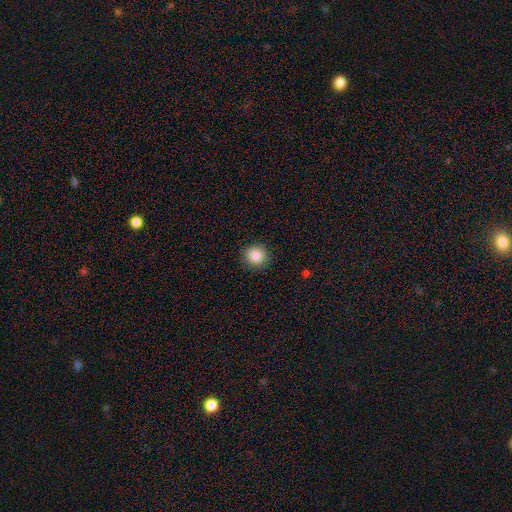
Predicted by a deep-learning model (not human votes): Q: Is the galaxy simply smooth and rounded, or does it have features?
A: smooth — 87%.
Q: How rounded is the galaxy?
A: round — 90%.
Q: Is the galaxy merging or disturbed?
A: none — 89%.